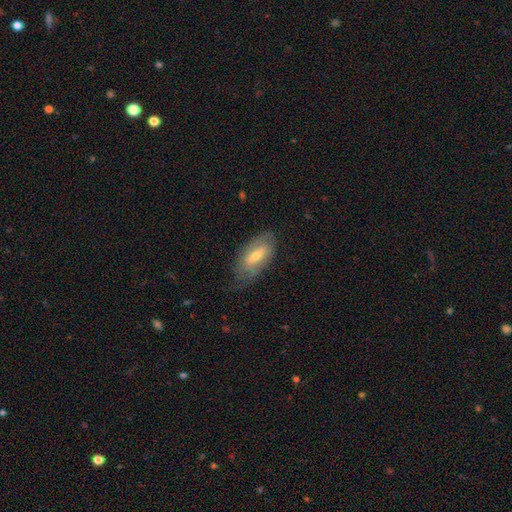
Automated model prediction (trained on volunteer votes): Overall: featured or disk (51%; smooth 42%). Edge-on disk: no (85%). Merging: none (67%).